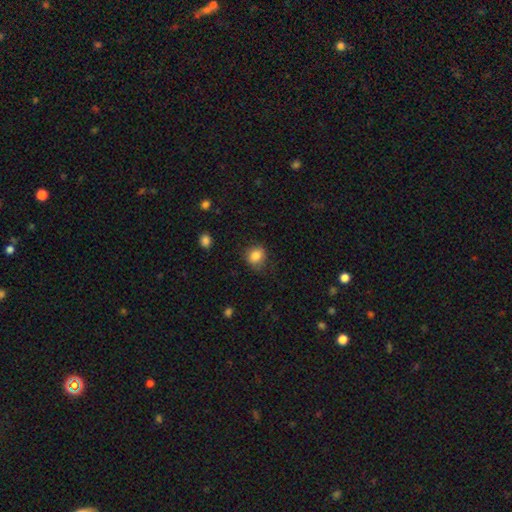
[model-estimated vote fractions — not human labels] This appears to be a smooth galaxy with no disk features (84%) that is round (76%). Merging: none (78%).